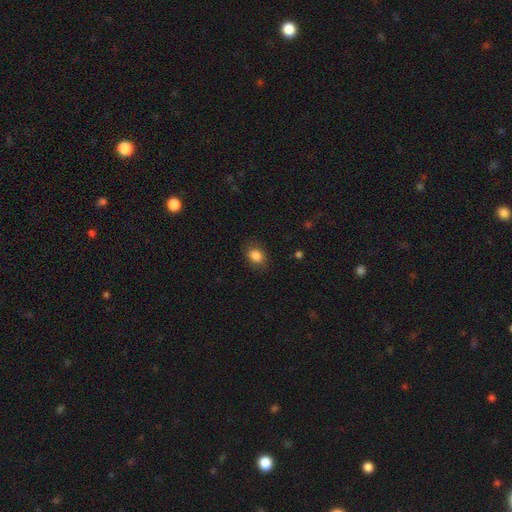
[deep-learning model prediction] Overall: smooth (85%). How rounded: in between (65%; round 34%). Merging: none (84%).